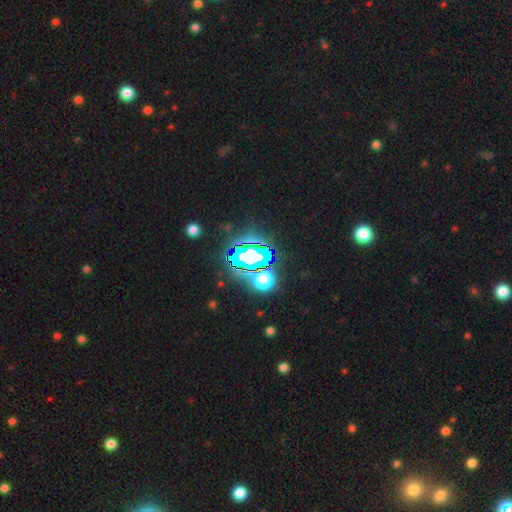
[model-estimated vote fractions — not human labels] Smooth or featured? star or artifact (70%)